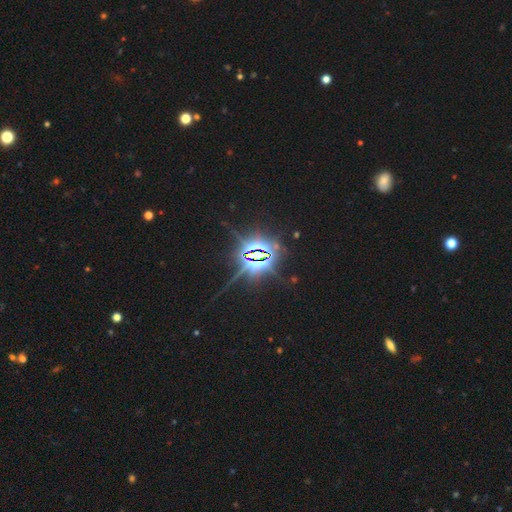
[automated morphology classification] type=star or artifact (85%).